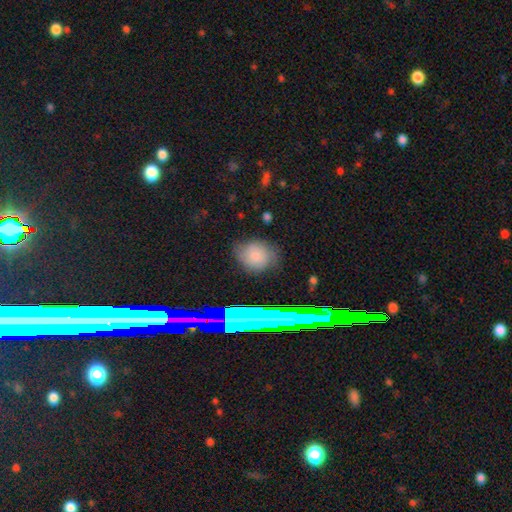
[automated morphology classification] Smooth or featured? Predicted: smooth (p=0.68). How rounded? Predicted: round (p=0.67). Merging? Predicted: none (p=0.75).